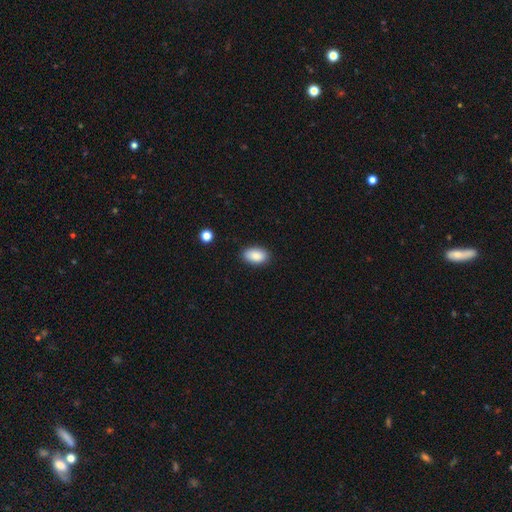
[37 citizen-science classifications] Smooth or featured? smooth (92%)
How rounded? in between (85%)
Merging? none (83%)